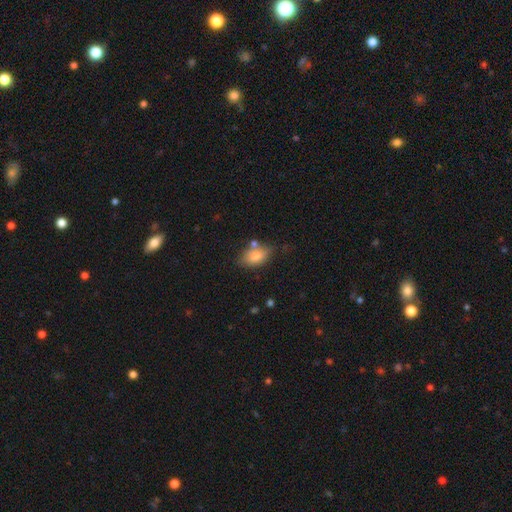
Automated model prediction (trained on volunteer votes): Smooth or featured?
  - smooth: 79% *
  - featured or disk: 13%
  - star or artifact: 8%
How rounded?
  - in between: 85% *
  - round: 13%
  - cigar-shaped: 2%
Merging?
  - none: 65% *
  - minor disturbance: 20%
  - merger: 10%
  - major disturbance: 5%